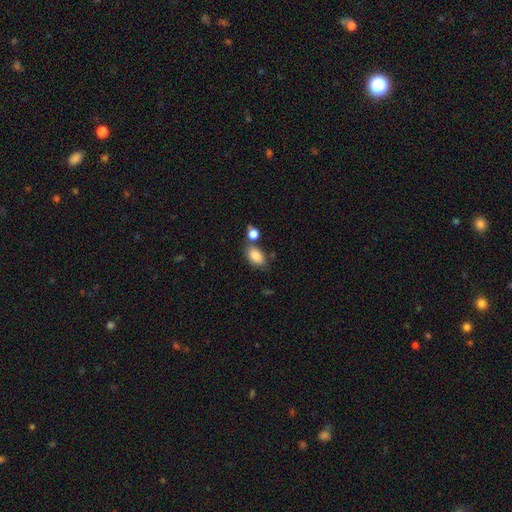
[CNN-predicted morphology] Smooth or featured: smooth — 85% (star or artifact — 8%)
How rounded: in between — 88% (round — 10%)
Merging: none — 61% (merger — 20%)